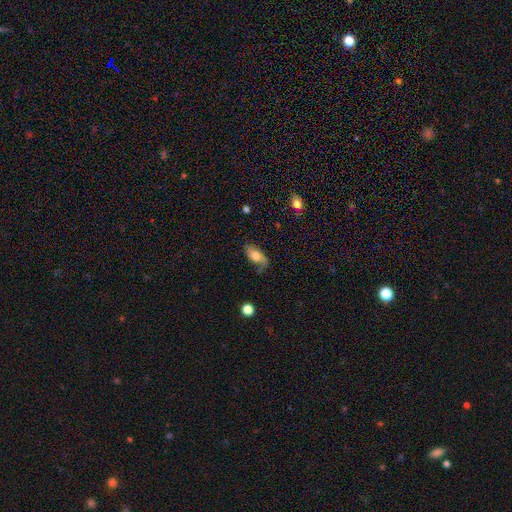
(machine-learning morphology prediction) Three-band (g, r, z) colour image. It shows a smooth galaxy with no disk features (64%) that is in between round and cigar-shaped (88%). Merging: none (58%).